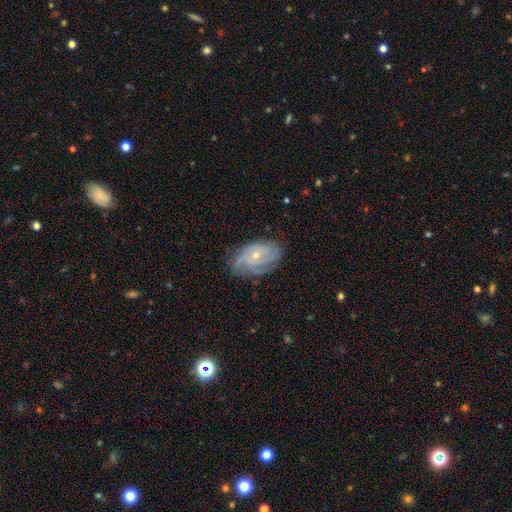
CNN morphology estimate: Q: Smooth or featured?
A: featured or disk (82%); runner-up: smooth (12%)
Q: Edge-on disk?
A: no (96%); runner-up: yes (4%)
Q: Bar?
A: no (73%); runner-up: weak (23%)
Q: Spiral arms?
A: yes (95%); runner-up: no (5%)
Q: Spiral winding?
A: tight (59%); runner-up: medium (33%)
Q: Spiral arm count?
A: 3 (29%); runner-up: can't tell (27%)
Q: Bulge size?
A: small (65%); runner-up: moderate (32%)
Q: Merging?
A: none (70%); runner-up: minor disturbance (21%)